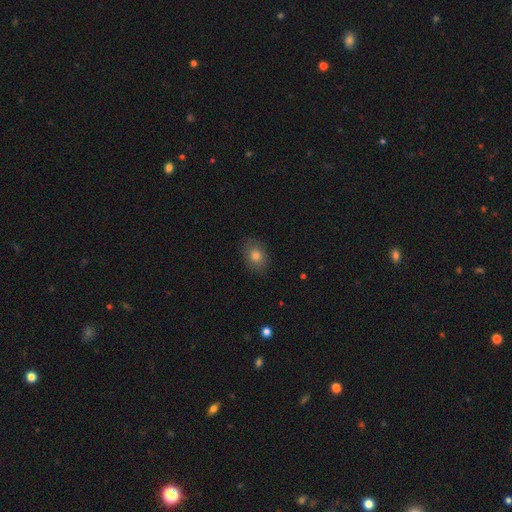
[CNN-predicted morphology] A smooth galaxy with no disk features (79%) that is in between round and cigar-shaped (66%). Merging: none (85%).